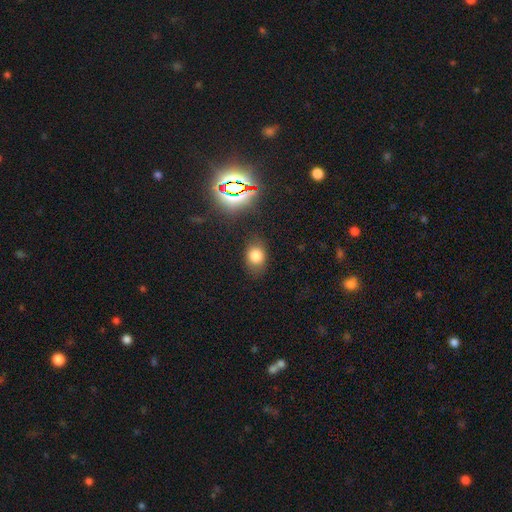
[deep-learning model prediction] This is likely a smooth galaxy (76%). How rounded: likely in between (62%). Merging: likely none (77%).